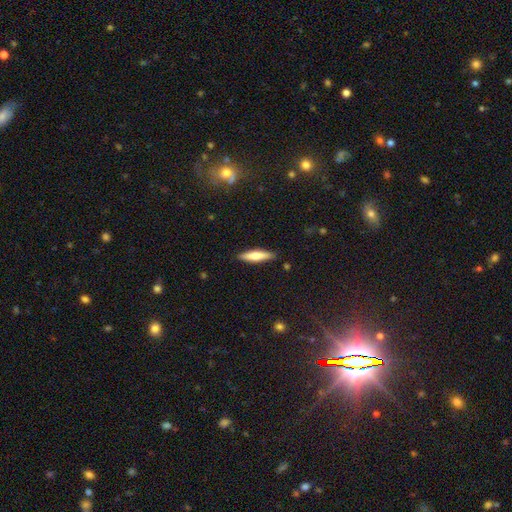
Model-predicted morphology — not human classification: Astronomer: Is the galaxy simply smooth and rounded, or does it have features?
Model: smooth — 66%.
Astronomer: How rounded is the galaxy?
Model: cigar-shaped — 77%.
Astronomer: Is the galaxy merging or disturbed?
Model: none — 88%.